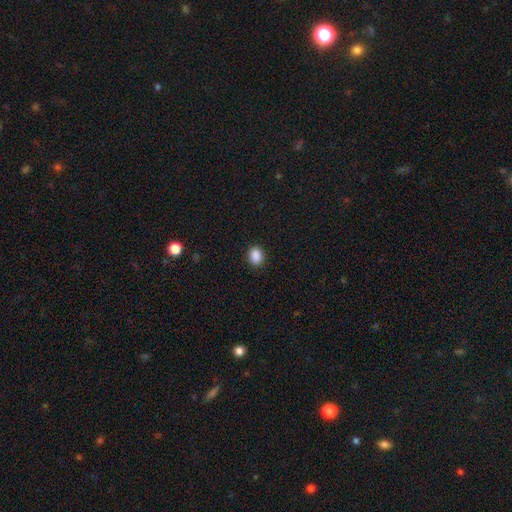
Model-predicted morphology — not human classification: A smooth galaxy with no disk features (89%) that is in between round and cigar-shaped (54%).

Vote fractions:
- Smooth or featured? smooth: 89% / star or artifact: 9% / featured or disk: 2%
- How rounded? in between: 54% / round: 45% / cigar-shaped: 1%
- Merging? none: 90% / minor disturbance: 7% / major disturbance: 2% / merger: 1%